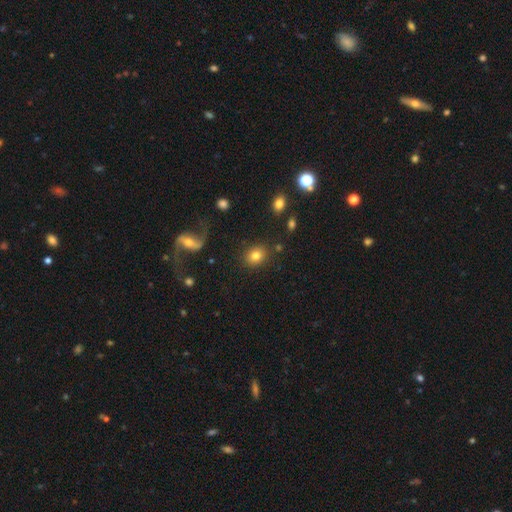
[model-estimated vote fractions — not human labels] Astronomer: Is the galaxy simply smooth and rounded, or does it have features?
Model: smooth — 79%.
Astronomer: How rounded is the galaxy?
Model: round — 59% (runner-up: in between, 40%).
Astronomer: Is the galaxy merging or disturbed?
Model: none — 85%.